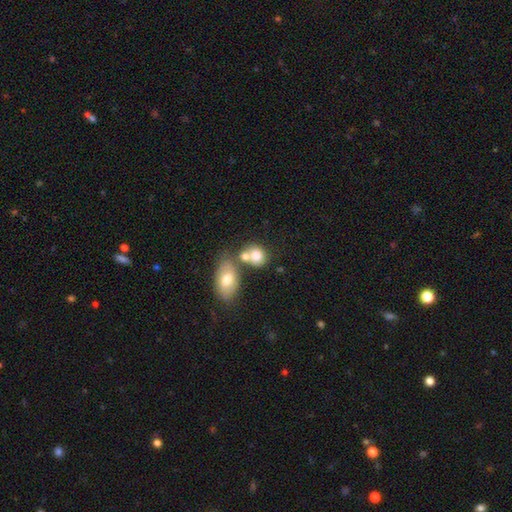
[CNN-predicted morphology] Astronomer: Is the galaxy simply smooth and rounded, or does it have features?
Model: smooth — 77%.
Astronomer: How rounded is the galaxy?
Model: round — 51% (runner-up: in between, 48%).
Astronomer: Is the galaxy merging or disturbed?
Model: merger — 42% (runner-up: none, 41%).